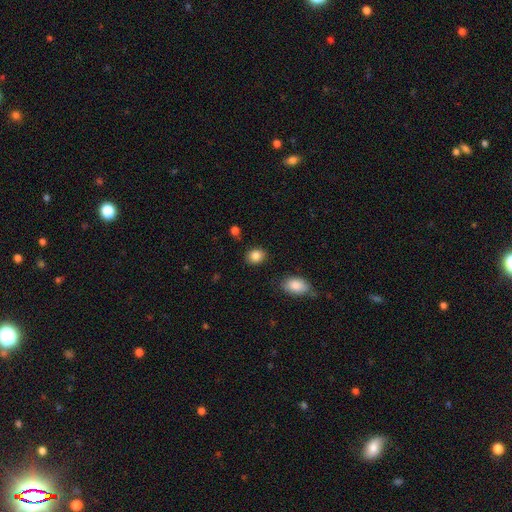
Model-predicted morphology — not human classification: smooth-or-featured: smooth: 85% | star or artifact: 9% | featured or disk: 6%
  how-rounded: in between: 50% | round: 49% | cigar-shaped: 1%
  merging: none: 86% | minor disturbance: 9% | major disturbance: 2% | merger: 2%